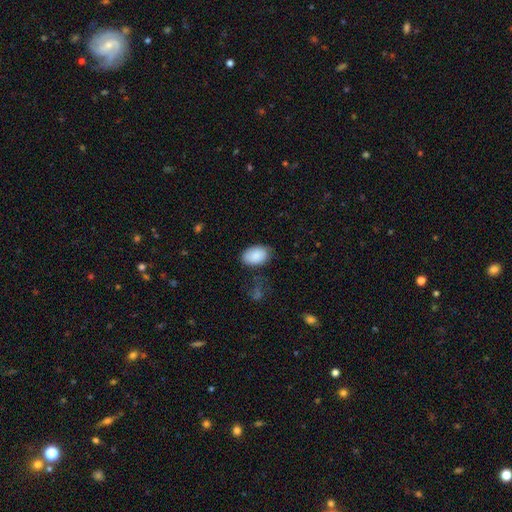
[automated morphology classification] smooth-or-featured: smooth: 88% | star or artifact: 6% | featured or disk: 6%
  how-rounded: in between: 90% | round: 9% | cigar-shaped: 1%
  merging: none: 73% | minor disturbance: 20% | major disturbance: 5% | merger: 2%